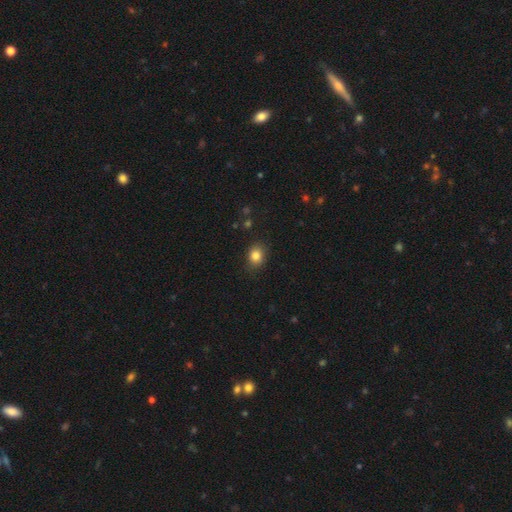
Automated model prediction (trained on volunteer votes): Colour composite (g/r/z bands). It shows a smooth galaxy with no disk features (83%) that is round (56%). Merging: none (84%).